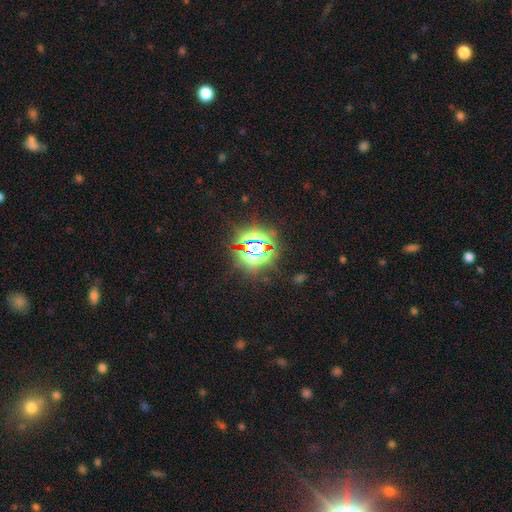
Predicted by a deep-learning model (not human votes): Smooth or featured: star or artifact — 82% (smooth — 11%)